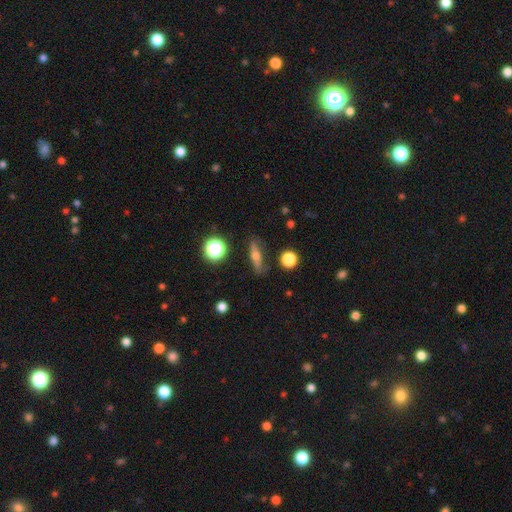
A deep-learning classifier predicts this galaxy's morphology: The model was most divided on "smooth or featured": smooth: 48%, featured or disk: 41%, star or artifact: 11%. More confident: merging — none (80%).